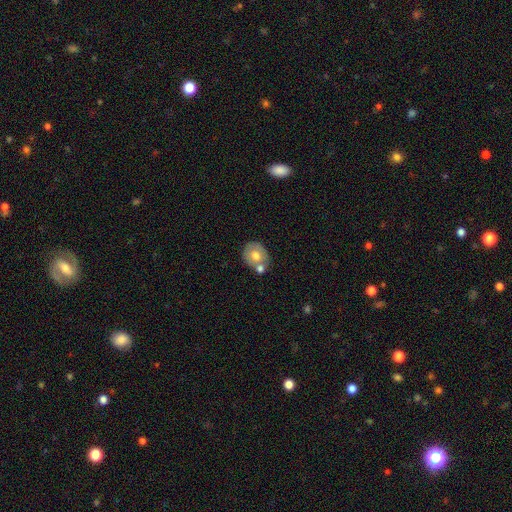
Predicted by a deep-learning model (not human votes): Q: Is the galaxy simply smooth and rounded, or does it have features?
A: smooth — 64%.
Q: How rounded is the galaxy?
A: round — 67%.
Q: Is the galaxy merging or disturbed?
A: none — 49%.